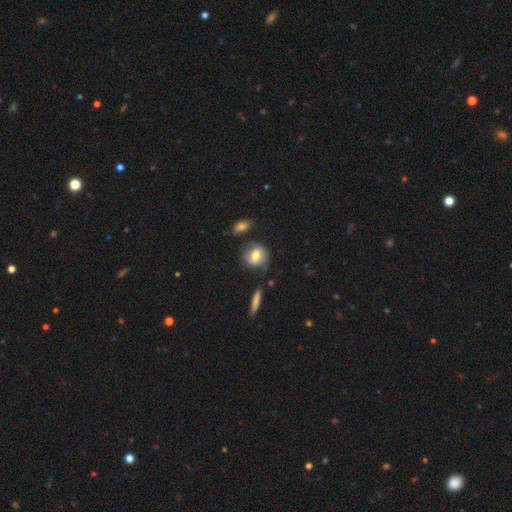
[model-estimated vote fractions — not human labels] The model was most divided on "how rounded": round: 64%, in between: 33%, cigar-shaped: 2%. More confident: smooth or featured — smooth (62%); merging — none (59%).